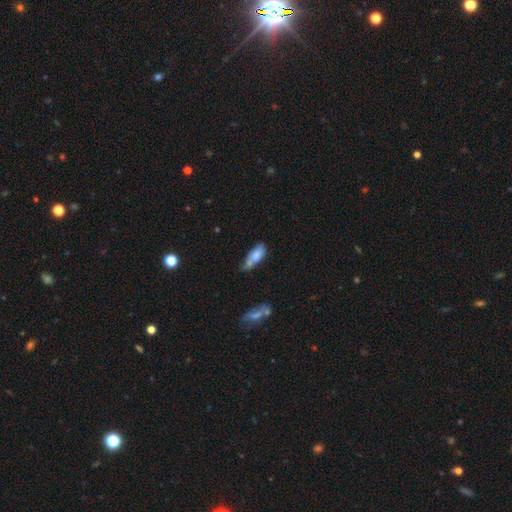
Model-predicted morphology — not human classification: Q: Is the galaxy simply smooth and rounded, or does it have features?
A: smooth — 74%.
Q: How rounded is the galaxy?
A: in between — 73%.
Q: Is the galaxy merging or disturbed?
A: none — 32%.